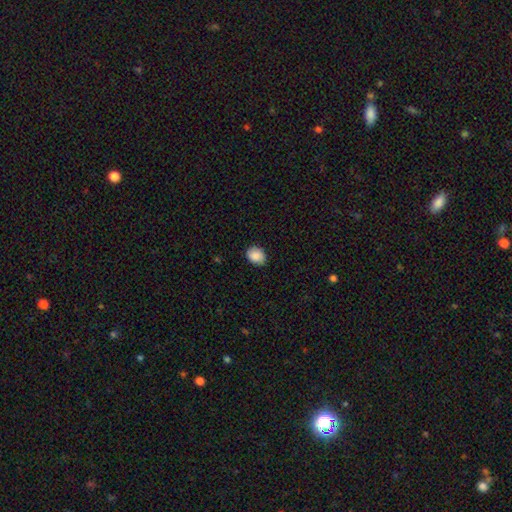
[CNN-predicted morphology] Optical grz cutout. It shows a smooth galaxy with no disk features (88%) that is in between round and cigar-shaped (53%). Merging: none (84%).